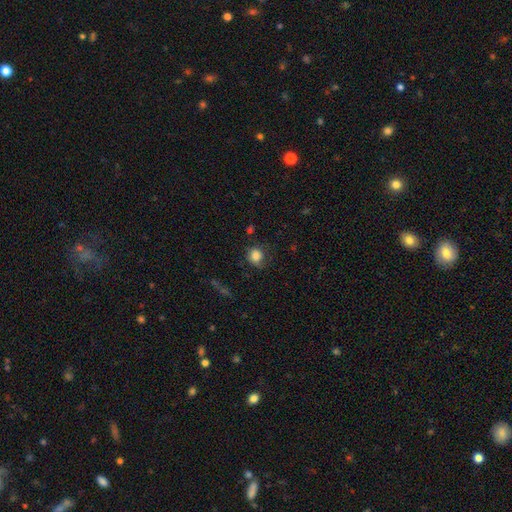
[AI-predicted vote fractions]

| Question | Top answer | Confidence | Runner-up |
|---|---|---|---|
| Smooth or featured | smooth | 82% | star or artifact (9%) |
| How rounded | round | 75% | in between (24%) |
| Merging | none | 57% | minor disturbance (27%) |